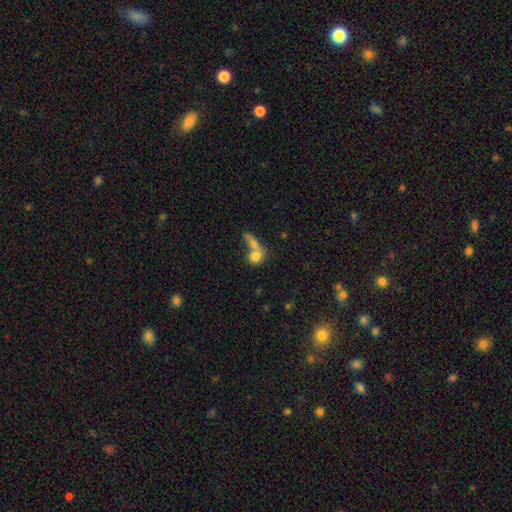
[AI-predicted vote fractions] Q: Smooth or featured?
A: smooth (76%); runner-up: featured or disk (15%)
Q: How rounded?
A: round (51%); runner-up: in between (42%)
Q: Merging?
A: merger (58%); runner-up: none (27%)